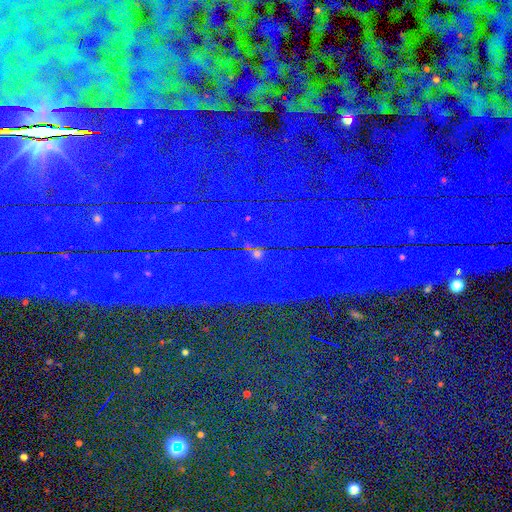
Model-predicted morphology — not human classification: Q: Smooth or featured?
A: star or artifact (86%); runner-up: featured or disk (8%)